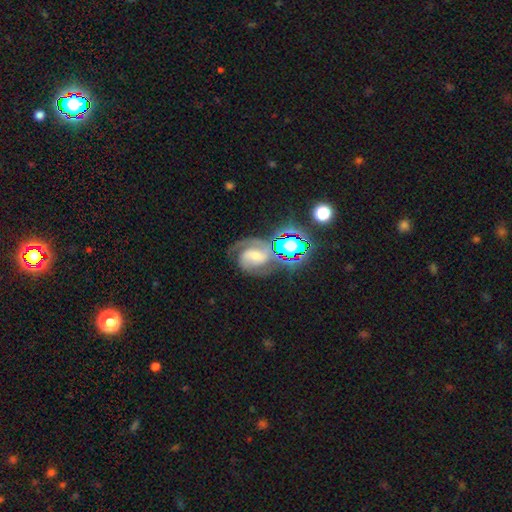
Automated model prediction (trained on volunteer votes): Smooth or featured? featured or disk (77%)
Edge-on disk? no (97%)
Bar? weak (44%)
Spiral arms? yes (97%)
Spiral winding? medium (50%)
Spiral arm count? 2 (75%)
Bulge size? small (44%)
Merging? none (59%)